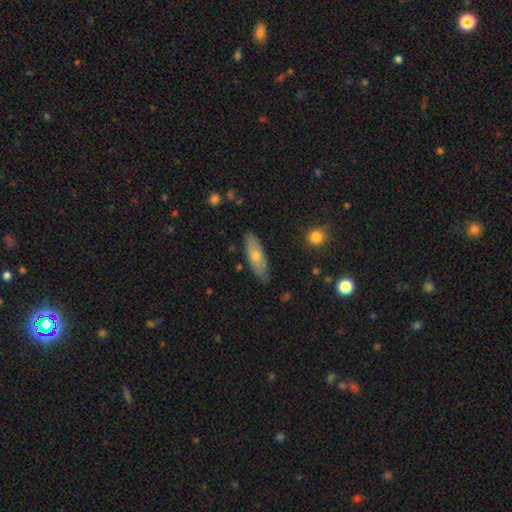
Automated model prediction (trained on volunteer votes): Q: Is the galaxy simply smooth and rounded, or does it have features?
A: smooth — 60%.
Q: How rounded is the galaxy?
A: in between — 58%.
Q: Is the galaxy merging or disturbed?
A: none — 85%.